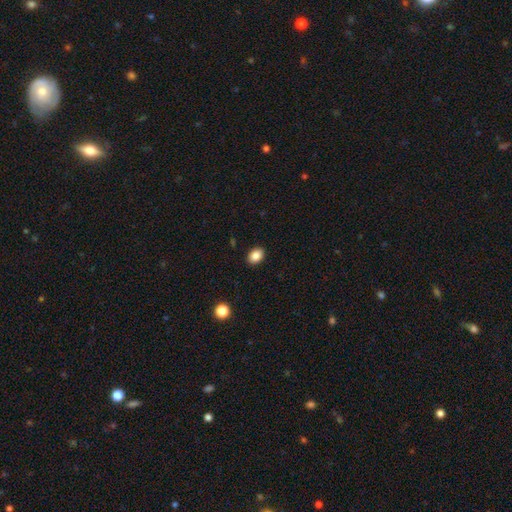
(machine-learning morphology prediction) A smooth galaxy with no disk features (87%) that is in between round and cigar-shaped (73%).

Vote fractions:
- Smooth or featured? smooth: 87% / star or artifact: 9% / featured or disk: 4%
- How rounded? in between: 73% / round: 26% / cigar-shaped: 1%
- Merging? none: 90% / minor disturbance: 7% / major disturbance: 2% / merger: 1%